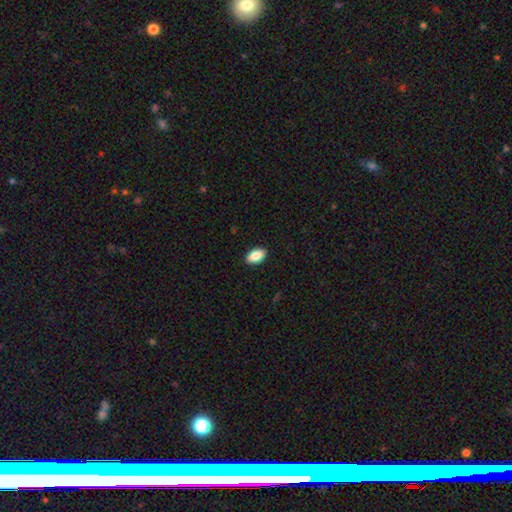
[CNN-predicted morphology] The model was most divided on "smooth or featured": smooth: 84%, featured or disk: 9%, star or artifact: 7%. More confident: how rounded — in between (92%); merging — none (90%).